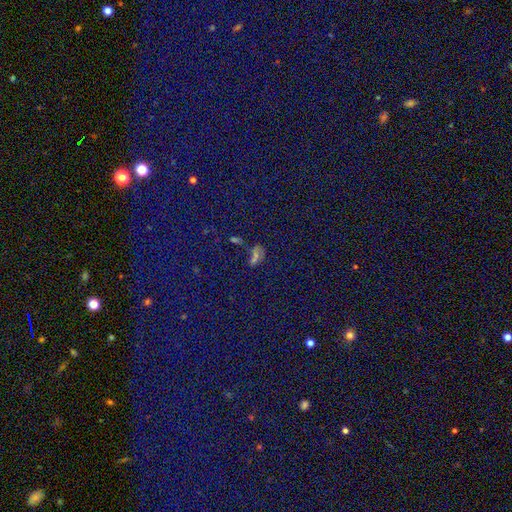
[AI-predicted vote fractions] Smooth or featured? Predicted: star or artifact (p=0.51).